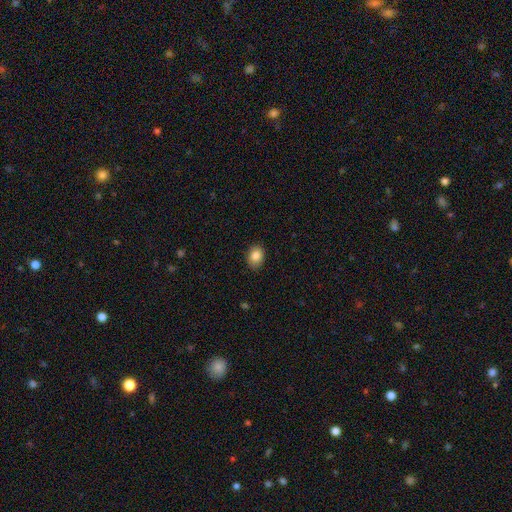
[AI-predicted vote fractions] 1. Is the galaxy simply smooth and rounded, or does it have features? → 85% smooth, 9% star or artifact, 6% featured or disk.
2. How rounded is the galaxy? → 69% in between, 30% round, 1% cigar-shaped.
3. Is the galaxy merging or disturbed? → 86% none, 11% minor disturbance, 2% major disturbance, 1% merger.